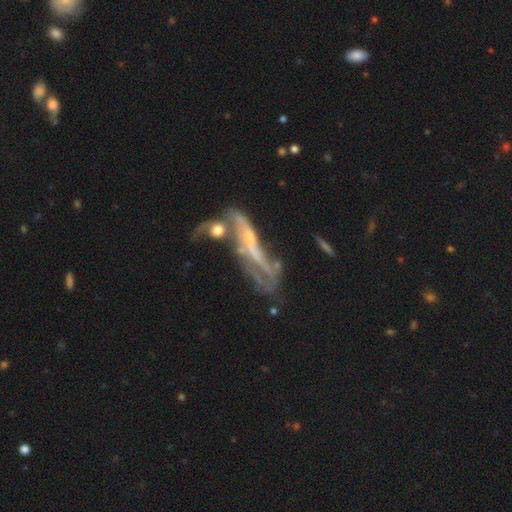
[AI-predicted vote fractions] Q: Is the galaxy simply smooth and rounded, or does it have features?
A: featured or disk — 74%.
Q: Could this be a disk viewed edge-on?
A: no — 64%.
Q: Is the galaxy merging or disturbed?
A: merger — 43%.